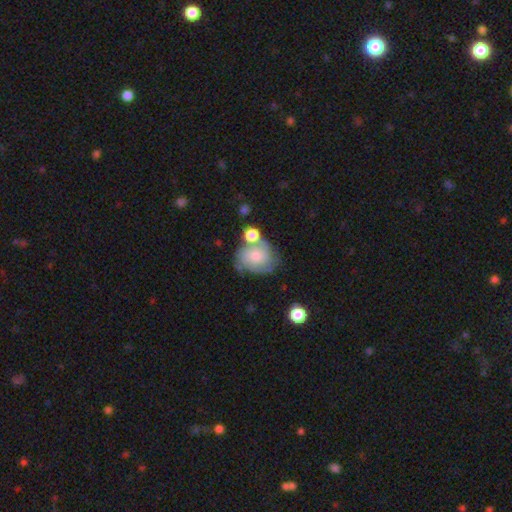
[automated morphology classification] featured or disk 49%, smooth 44%, star or artifact 8%. Down the decision tree: merging — none (44%).